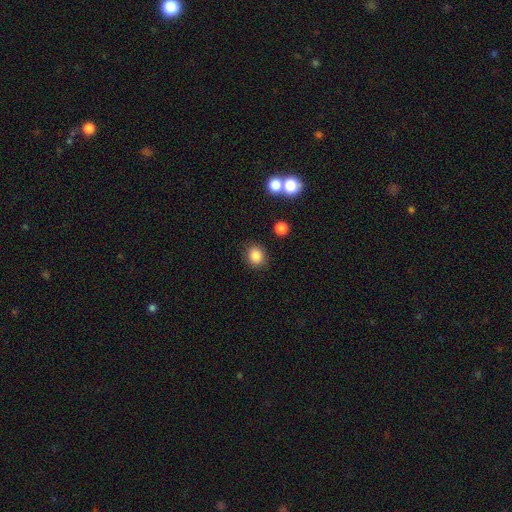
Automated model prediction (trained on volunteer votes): Smooth or featured? Predicted: smooth (p=0.85). How rounded? Predicted: round (p=0.73). Merging? Predicted: none (p=0.87).